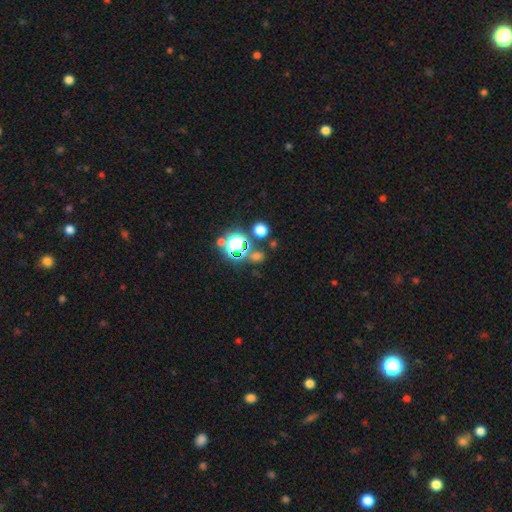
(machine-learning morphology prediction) A smooth galaxy with no disk features (50%).

Vote fractions:
- Smooth or featured? smooth: 50% / star or artifact: 42% / featured or disk: 8%
- Merging? none: 70% / merger: 15% / minor disturbance: 10% / major disturbance: 5%